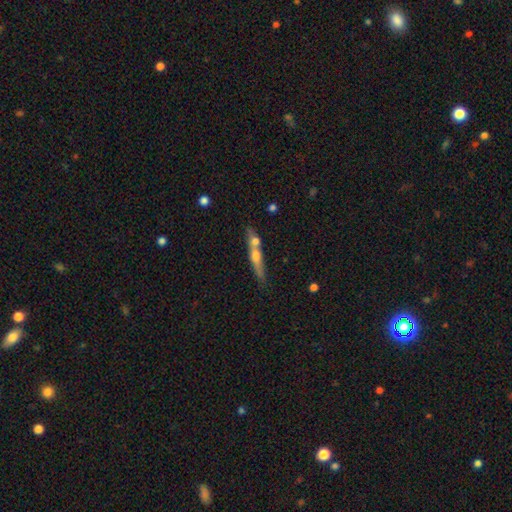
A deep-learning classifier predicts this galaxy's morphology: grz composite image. It shows a featured or disk galaxy (50%). Merging: none (51%).